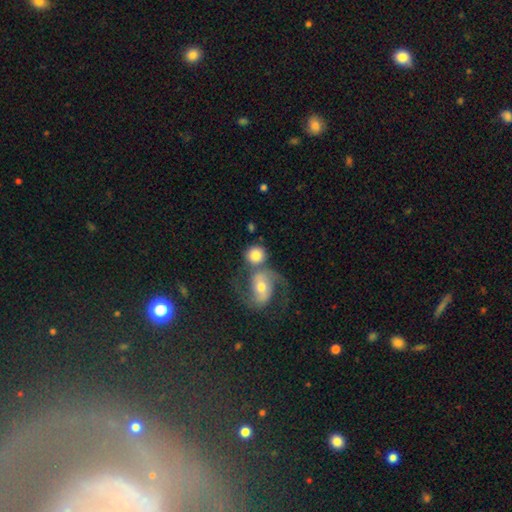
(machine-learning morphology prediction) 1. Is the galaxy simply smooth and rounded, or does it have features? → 62% smooth, 32% featured or disk, 7% star or artifact.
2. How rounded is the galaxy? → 83% round, 15% in between, 1% cigar-shaped.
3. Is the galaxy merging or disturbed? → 46% none, 36% merger, 10% minor disturbance, 7% major disturbance.